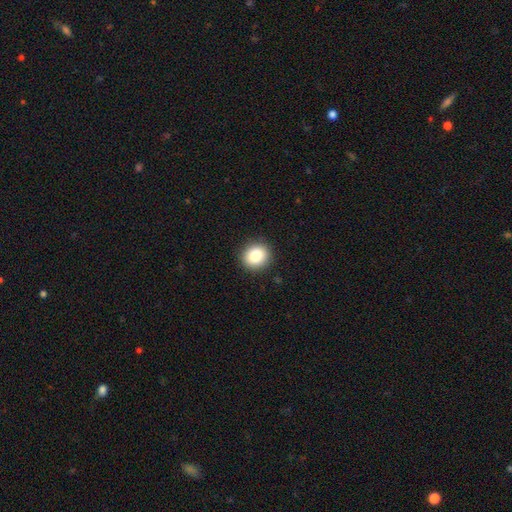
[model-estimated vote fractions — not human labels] A smooth galaxy with no disk features (83%) that is round (84%). Merging: none (91%).